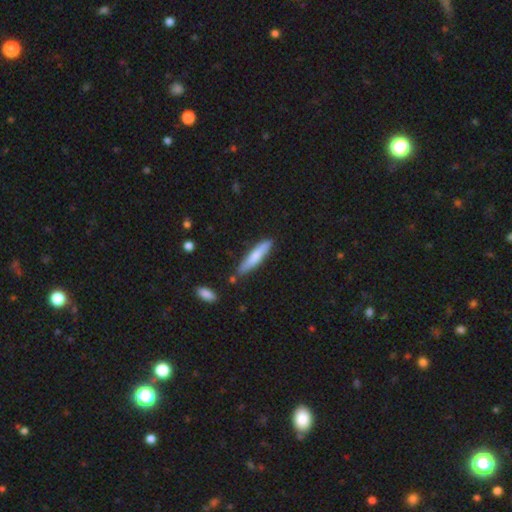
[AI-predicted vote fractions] Q: Smooth or featured?
A: smooth (74%); runner-up: featured or disk (21%)
Q: How rounded?
A: cigar-shaped (86%); runner-up: in between (12%)
Q: Merging?
A: none (78%); runner-up: minor disturbance (15%)